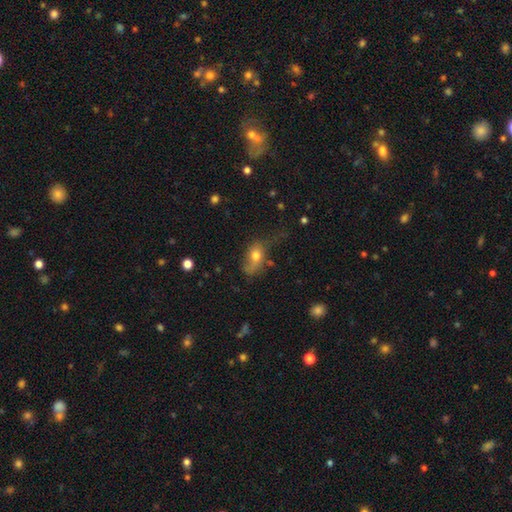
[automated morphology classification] Smooth or featured? smooth (64%)
How rounded? in between (76%)
Merging? none (38%)